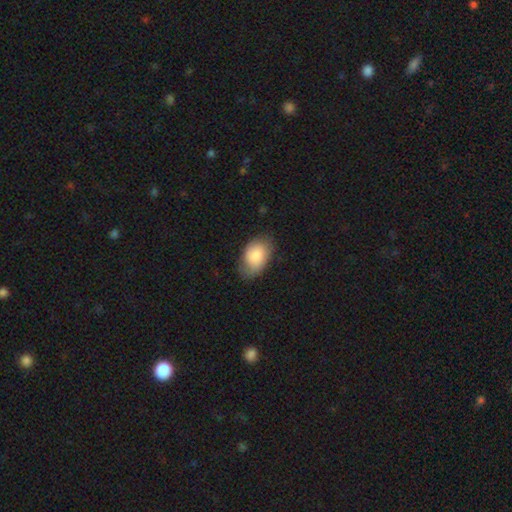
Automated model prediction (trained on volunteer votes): Smooth or featured: smooth — 81% (featured or disk — 13%)
How rounded: in between — 89% (round — 10%)
Merging: none — 66% (minor disturbance — 26%)